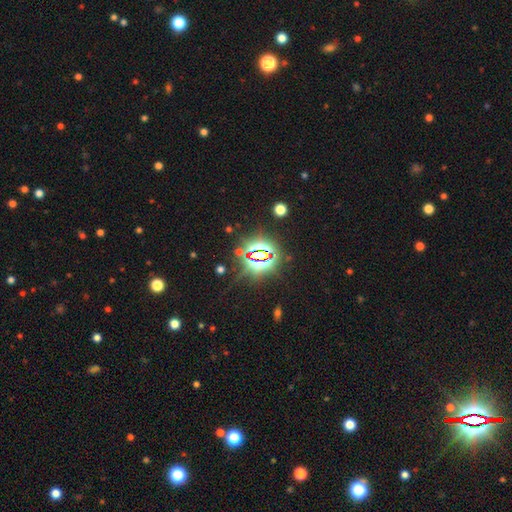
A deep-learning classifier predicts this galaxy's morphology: Smooth or featured? Predicted: star or artifact (p=0.84).